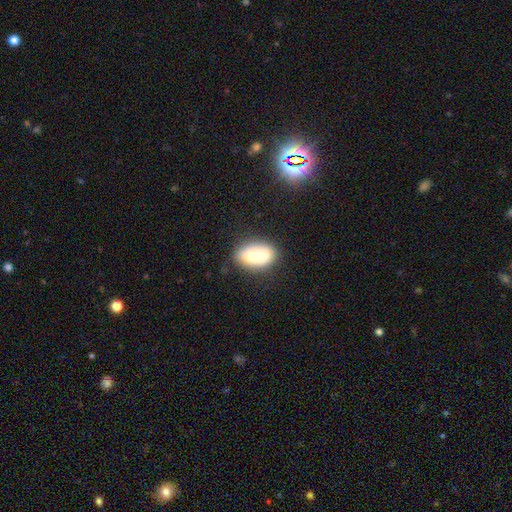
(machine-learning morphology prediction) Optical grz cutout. It shows a smooth galaxy with no disk features (72%) that is in between round and cigar-shaped (89%). Merging: none (68%).